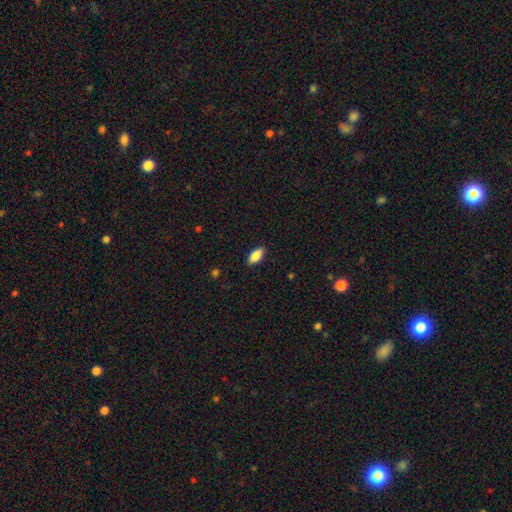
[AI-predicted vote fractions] A smooth galaxy with no disk features (84%) that is in between round and cigar-shaped (87%). Merging: none (88%).